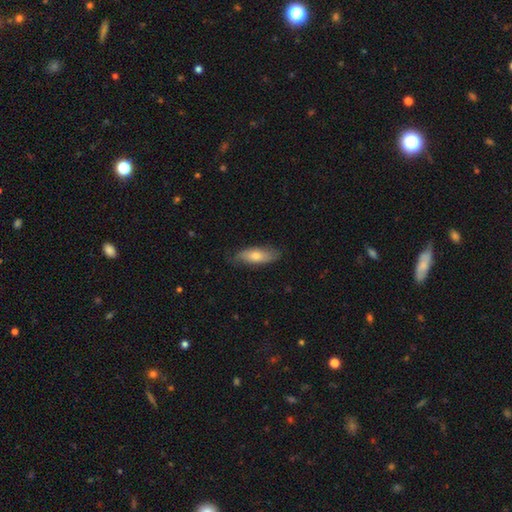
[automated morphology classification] A smooth galaxy with no disk features (67%) that is in between round and cigar-shaped (68%). Merging: none (75%).